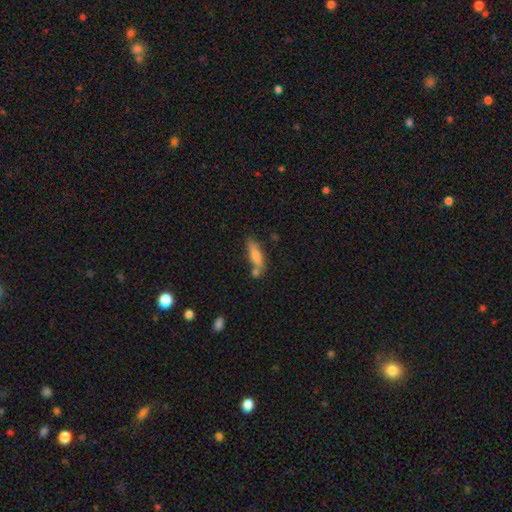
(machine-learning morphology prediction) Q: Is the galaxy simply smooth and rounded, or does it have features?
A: smooth — 77%.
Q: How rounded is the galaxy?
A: cigar-shaped — 52%.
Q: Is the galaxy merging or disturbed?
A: none — 51%.